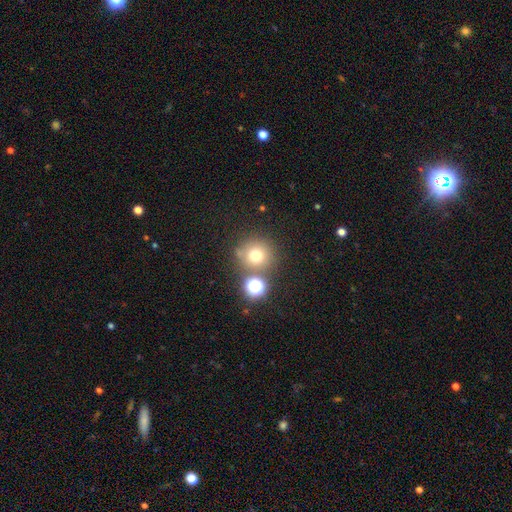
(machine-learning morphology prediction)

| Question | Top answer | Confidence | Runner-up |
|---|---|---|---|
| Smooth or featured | smooth | 71% | star or artifact (19%) |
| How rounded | round | 92% | in between (7%) |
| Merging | none | 70% | merger (15%) |